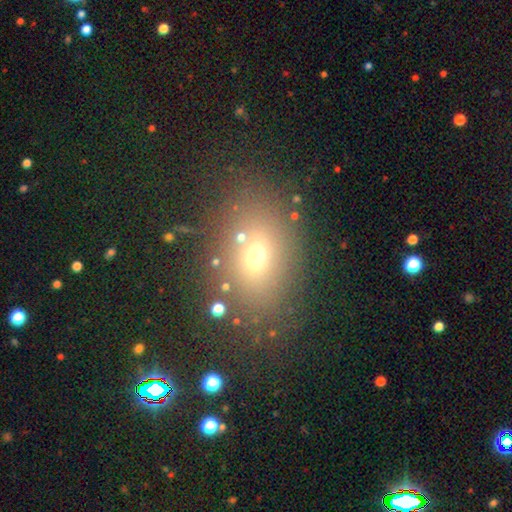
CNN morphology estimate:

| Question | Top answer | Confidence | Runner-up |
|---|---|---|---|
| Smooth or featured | smooth | 64% | star or artifact (22%) |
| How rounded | in between | 68% | round (30%) |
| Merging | none | 79% | minor disturbance (11%) |